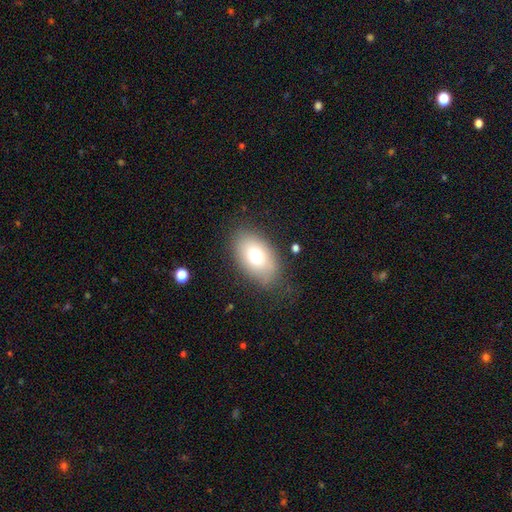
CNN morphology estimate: The model was most divided on "smooth or featured": smooth: 71%, featured or disk: 18%, star or artifact: 12%. More confident: how rounded — in between (84%); merging — none (77%).